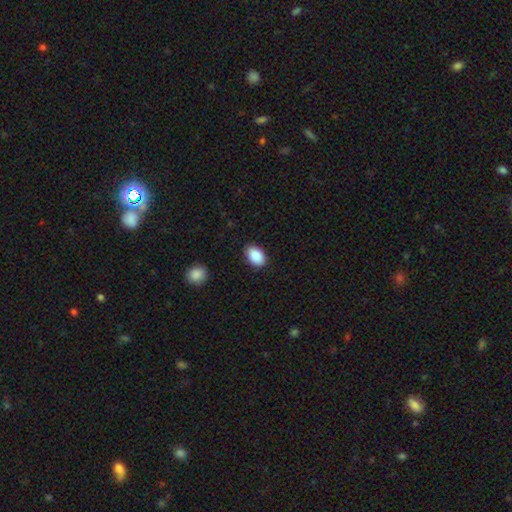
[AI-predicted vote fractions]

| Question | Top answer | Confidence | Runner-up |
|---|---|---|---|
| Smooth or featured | smooth | 90% | star or artifact (7%) |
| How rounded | in between | 88% | round (11%) |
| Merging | none | 86% | minor disturbance (10%) |